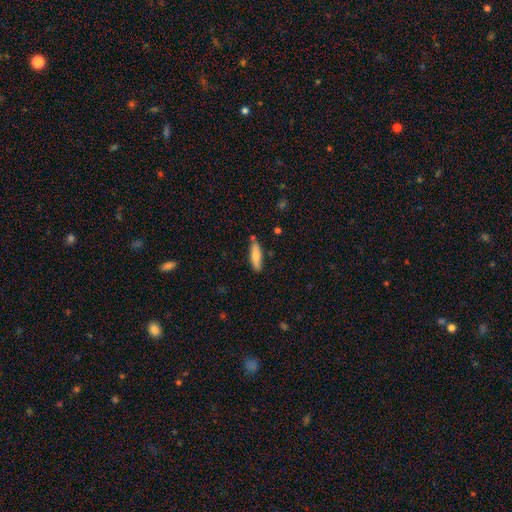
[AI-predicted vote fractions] A smooth galaxy with no disk features (78%) that is cigar-shaped (61%). Merging: none (79%).